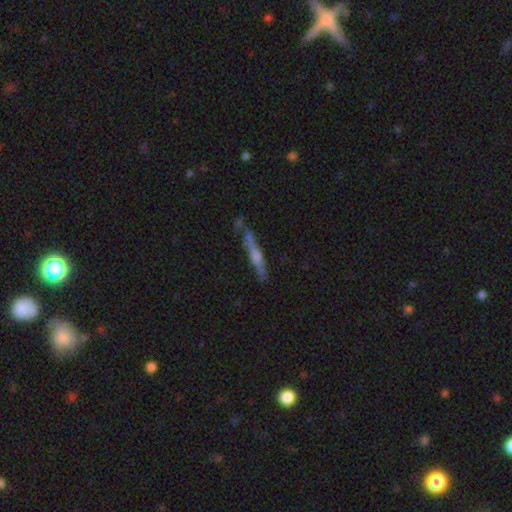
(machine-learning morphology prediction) Smooth or featured?
  - featured or disk: 62% *
  - smooth: 30%
  - star or artifact: 8%
Edge-on disk?
  - yes: 95% *
  - no: 5%
Edge-on bulge?
  - rounded: 68% *
  - none: 16%
  - boxy: 15%
Merging?
  - none: 73% *
  - minor disturbance: 15%
  - merger: 8%
  - major disturbance: 4%